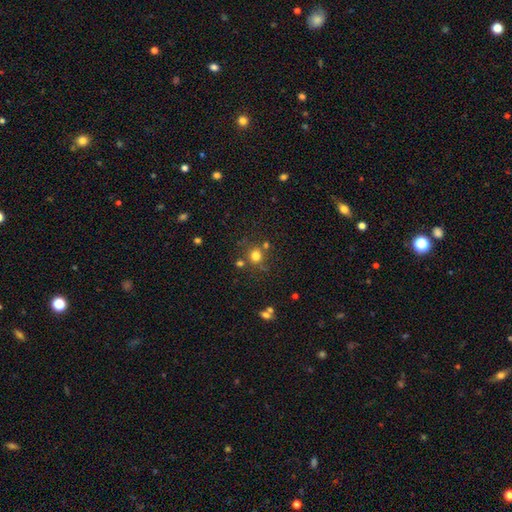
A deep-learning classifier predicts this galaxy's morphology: Smooth or featured?
  - smooth: 75% *
  - star or artifact: 17%
  - featured or disk: 8%
How rounded?
  - round: 88% *
  - in between: 11%
  - cigar-shaped: 1%
Merging?
  - none: 72% *
  - merger: 13%
  - minor disturbance: 10%
  - major disturbance: 5%